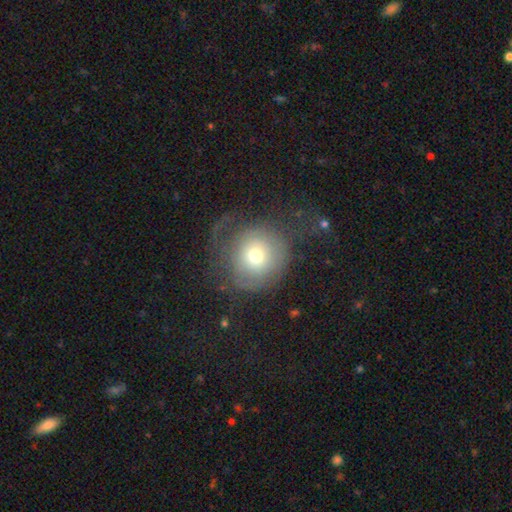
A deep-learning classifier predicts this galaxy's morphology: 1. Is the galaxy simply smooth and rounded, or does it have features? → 59% smooth, 31% featured or disk, 11% star or artifact.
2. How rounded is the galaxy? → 90% round, 9% in between, 1% cigar-shaped.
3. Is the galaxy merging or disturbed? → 44% none, 35% major disturbance, 19% minor disturbance, 2% merger.